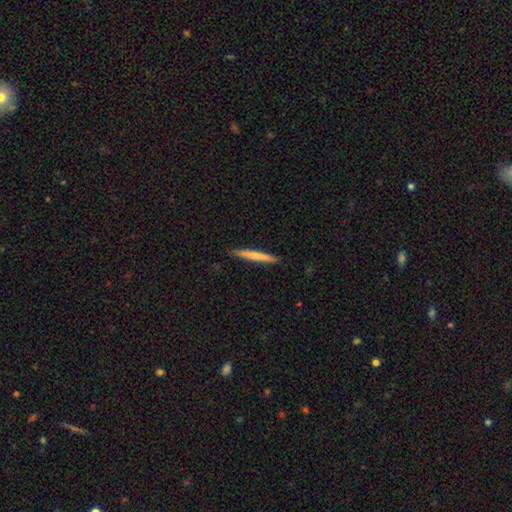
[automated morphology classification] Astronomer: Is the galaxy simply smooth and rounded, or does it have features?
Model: smooth — 68%.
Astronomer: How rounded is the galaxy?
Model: cigar-shaped — 96%.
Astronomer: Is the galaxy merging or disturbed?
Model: none — 89%.